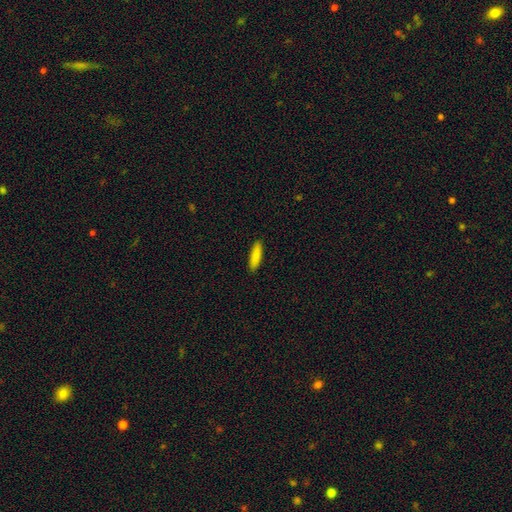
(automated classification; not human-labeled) Smooth or featured? Predicted: smooth (p=0.87). How rounded? Predicted: cigar-shaped (p=0.72). Merging? Predicted: none (p=0.90).